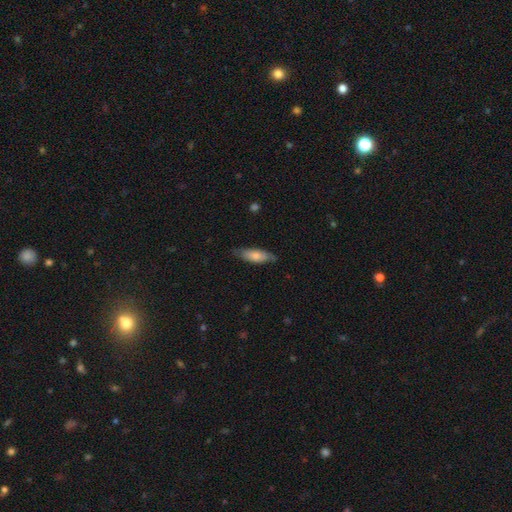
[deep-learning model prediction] Overall: smooth (64%; featured or disk 30%). How rounded: in between (69%; cigar-shaped 29%). Merging: none (71%).